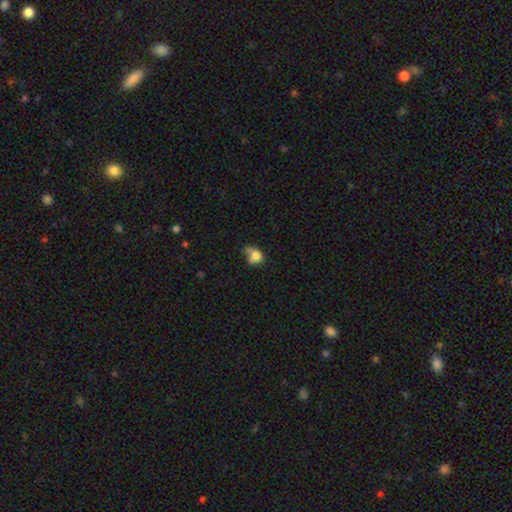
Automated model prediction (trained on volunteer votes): Smooth or featured? smooth (76%)
How rounded? round (54%)
Merging? none (33%)